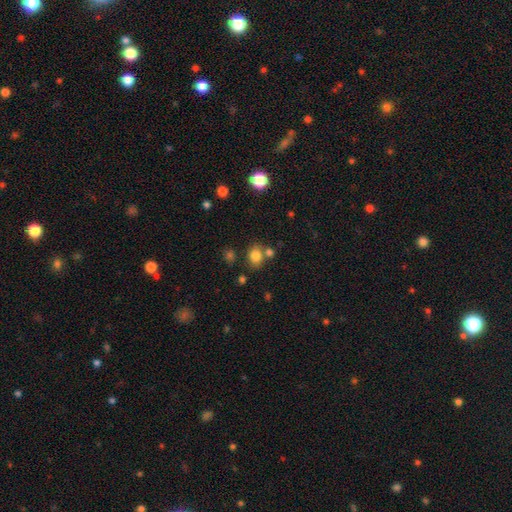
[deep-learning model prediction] Morphology: type=smooth (81%); roundness=round (53%); merging=none (66%).